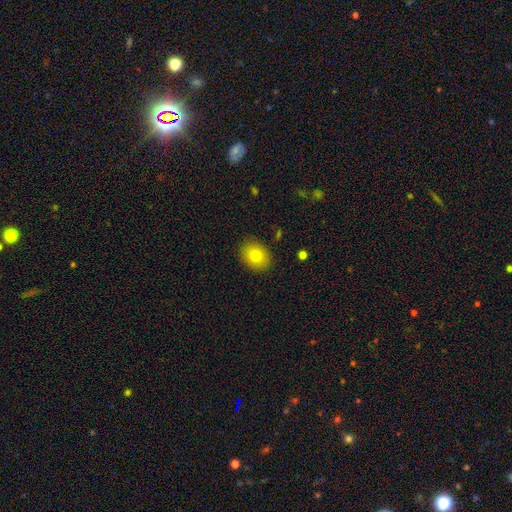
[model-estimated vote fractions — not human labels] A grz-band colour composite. It shows a smooth galaxy with no disk features (78%) that is in between round and cigar-shaped (51%). Merging: none (88%).